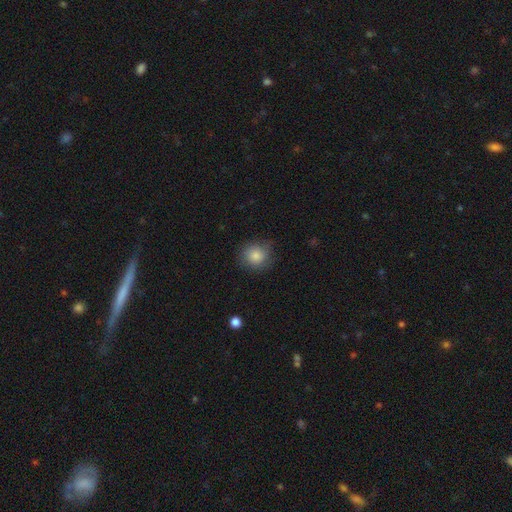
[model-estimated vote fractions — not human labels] Smooth or featured?
  - smooth: 84% *
  - star or artifact: 8%
  - featured or disk: 8%
How rounded?
  - round: 88% *
  - in between: 11%
  - cigar-shaped: 1%
Merging?
  - none: 77% *
  - minor disturbance: 17%
  - major disturbance: 4%
  - merger: 1%